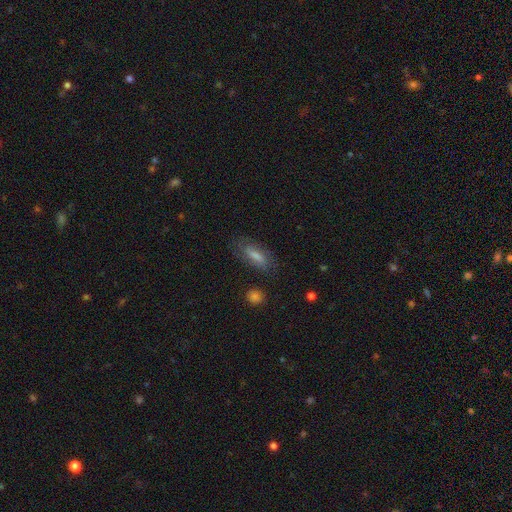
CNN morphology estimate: Smooth or featured? smooth (48%)
Merging? none (76%)